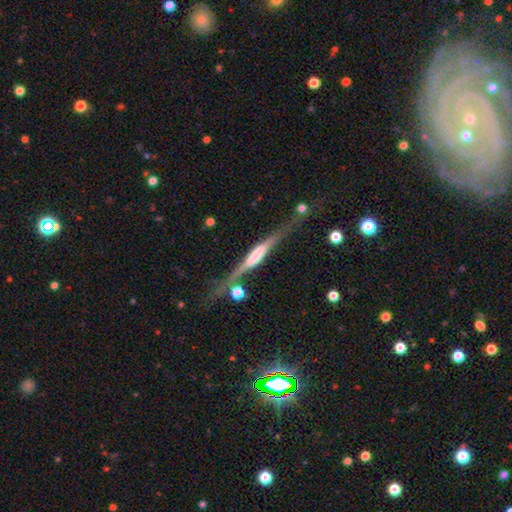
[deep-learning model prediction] Smooth or featured? Predicted: featured or disk (p=0.72). Edge-on disk? Predicted: yes (p=0.91). Edge-on bulge? Predicted: rounded (p=0.42, tied with boxy). Merging? Predicted: none (p=0.53).